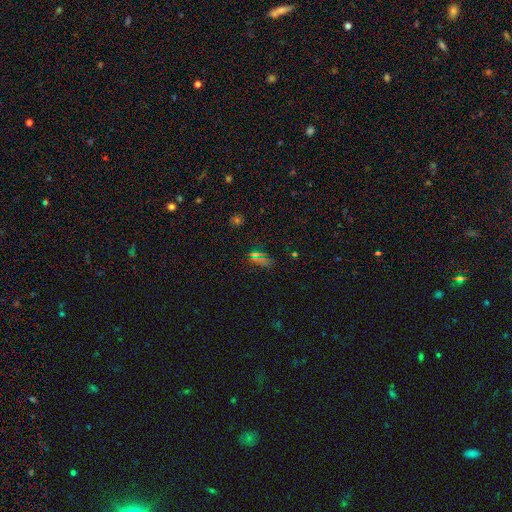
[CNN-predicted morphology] Q: Smooth or featured?
A: smooth (47%); runner-up: star or artifact (45%)
Q: Merging?
A: none (78%); runner-up: minor disturbance (13%)